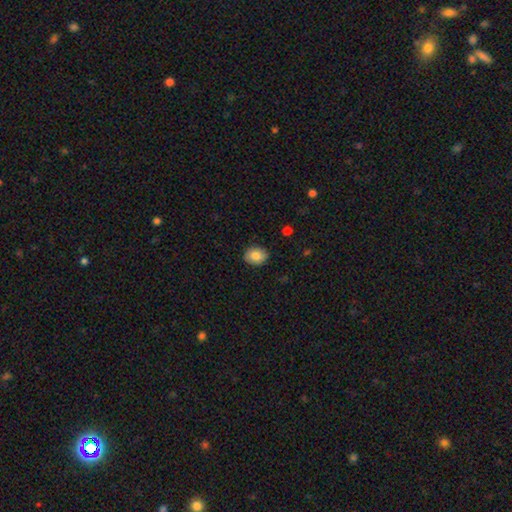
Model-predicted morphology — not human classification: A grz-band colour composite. It shows a smooth galaxy with no disk features (84%) that is in between round and cigar-shaped (58%). Merging: none (89%).